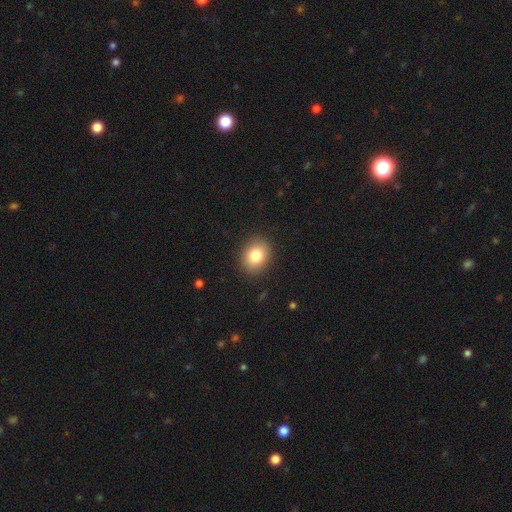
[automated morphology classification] Smooth or featured?
  - smooth: 82% *
  - star or artifact: 9%
  - featured or disk: 8%
How rounded?
  - round: 53% *
  - in between: 46%
  - cigar-shaped: 1%
Merging?
  - none: 89% *
  - minor disturbance: 7%
  - major disturbance: 2%
  - merger: 1%